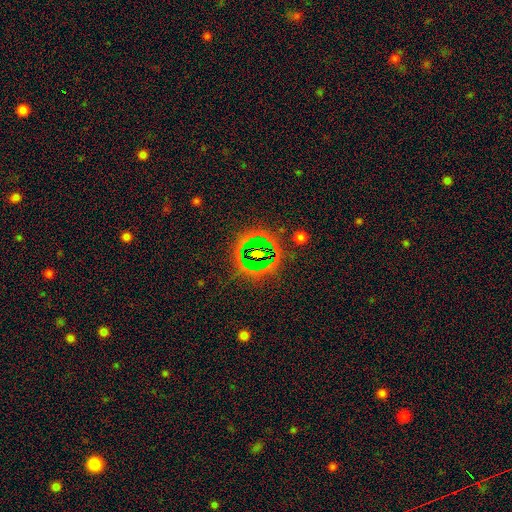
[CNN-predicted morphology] Q: Smooth or featured?
A: star or artifact (74%); runner-up: smooth (15%)